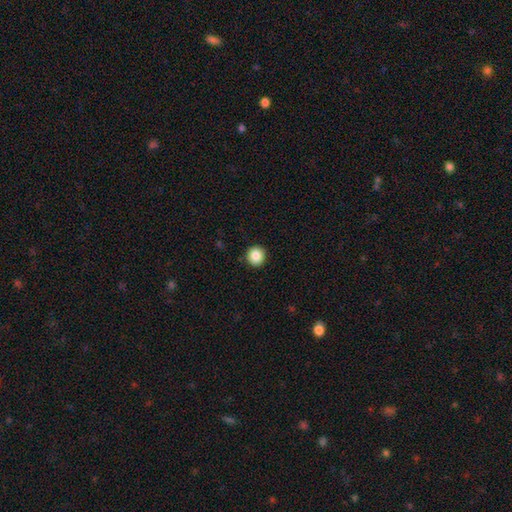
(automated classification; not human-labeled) The model was most divided on "smooth or featured": smooth: 87%, star or artifact: 9%, featured or disk: 4%. More confident: how rounded — round (93%); merging — none (92%).